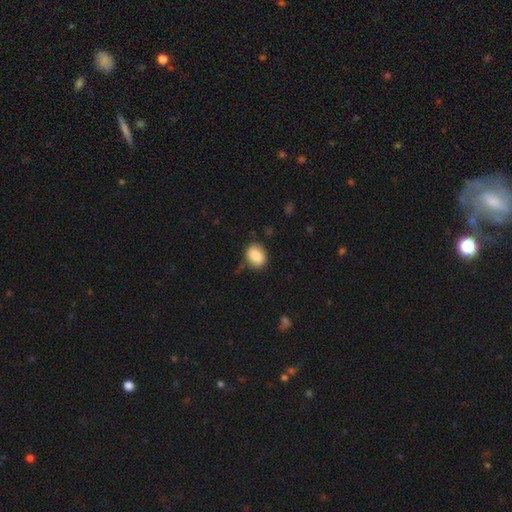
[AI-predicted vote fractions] The model was most divided on "how rounded": in between: 60%, round: 39%, cigar-shaped: 1%. More confident: smooth or featured — smooth (84%); merging — none (79%).